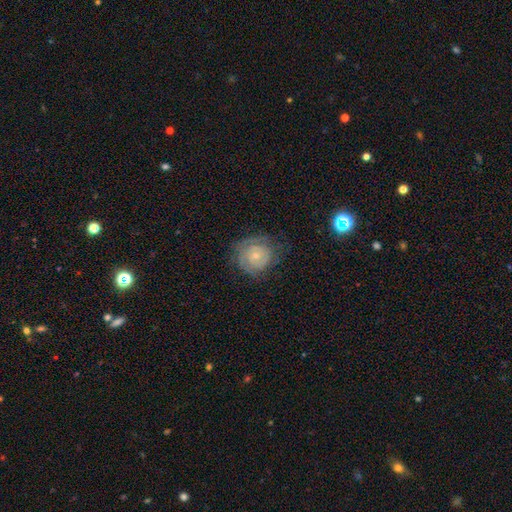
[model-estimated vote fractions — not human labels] This is likely a featured or disk galaxy (64%). It is clearly not viewed edge-on (97%). Bar: likely no (77%). Spiral arm pattern: clearly yes (81%). Spiral arm count: marginally can't tell (41%). Spiral winding: likely tight (71%). Central bulge: likely small (67%). Merging: likely none (66%).